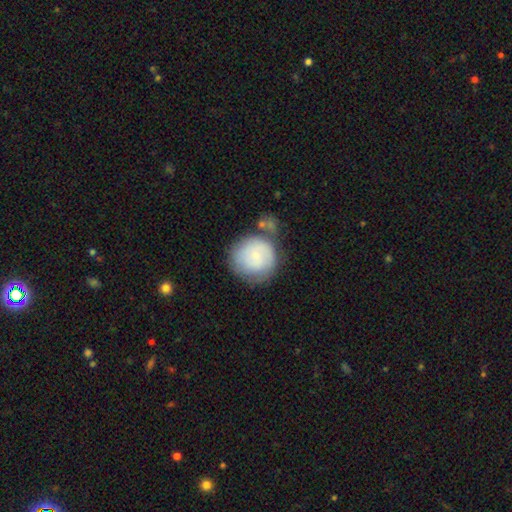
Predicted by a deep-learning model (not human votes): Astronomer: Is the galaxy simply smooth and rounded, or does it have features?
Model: smooth — 68%.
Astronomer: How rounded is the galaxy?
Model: round — 90%.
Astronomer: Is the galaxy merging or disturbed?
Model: none — 51%.